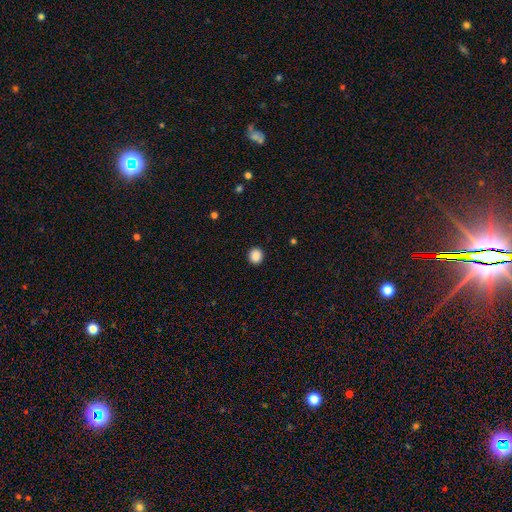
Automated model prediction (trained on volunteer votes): Smooth or featured? smooth (89%)
How rounded? round (85%)
Merging? none (92%)